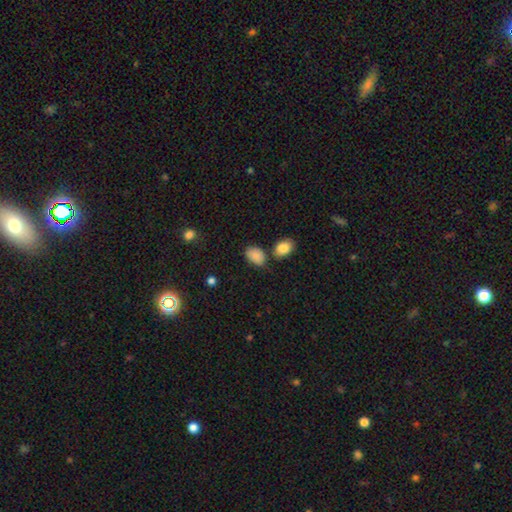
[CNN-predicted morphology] This is clearly a smooth galaxy (87%). How rounded: clearly in between (86%). Merging: likely none (68%).